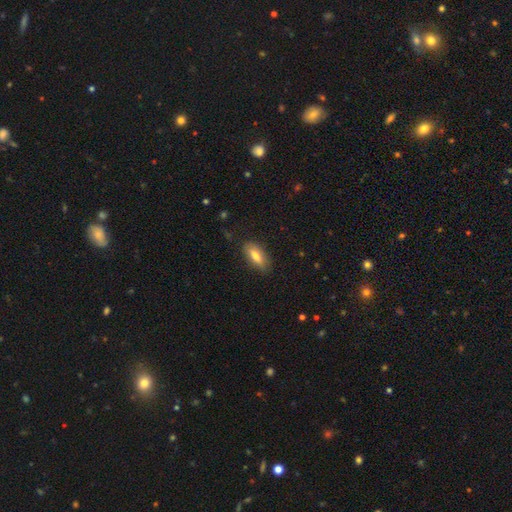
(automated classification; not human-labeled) This is likely a smooth galaxy (74%). How rounded: likely in between (76%). Merging: likely none (79%).